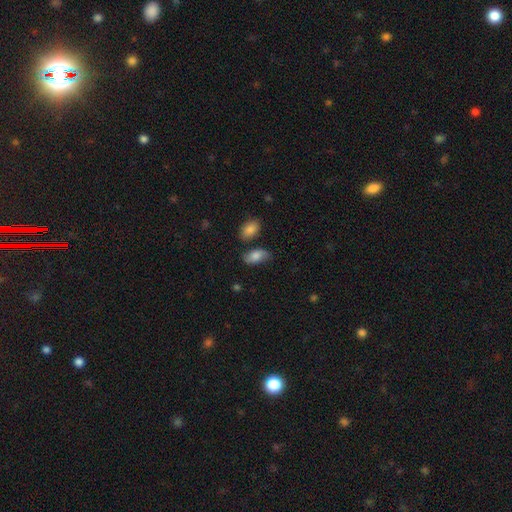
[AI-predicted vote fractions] Smooth or featured: smooth — 75% (featured or disk — 17%)
How rounded: in between — 91% (round — 5%)
Merging: none — 67% (minor disturbance — 20%)